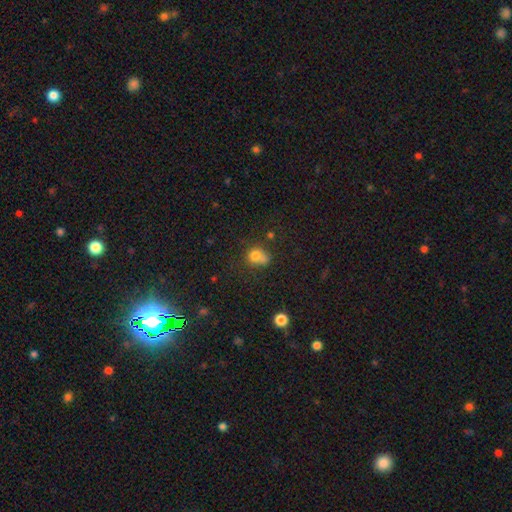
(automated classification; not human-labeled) smooth-or-featured: smooth: 74% | star or artifact: 14% | featured or disk: 12%
  how-rounded: round: 64% | in between: 35% | cigar-shaped: 1%
  merging: none: 38% | merger: 30% | minor disturbance: 20% | major disturbance: 12%